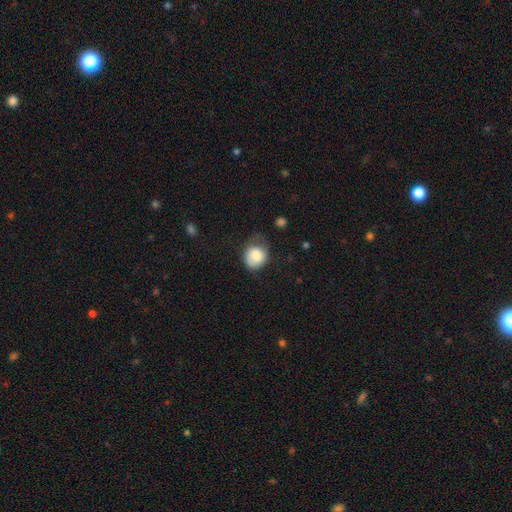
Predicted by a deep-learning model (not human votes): The model was most divided on "merging": none: 44%, minor disturbance: 35%, major disturbance: 19%, merger: 2%. More confident: smooth or featured — smooth (79%); how rounded — round (63%).